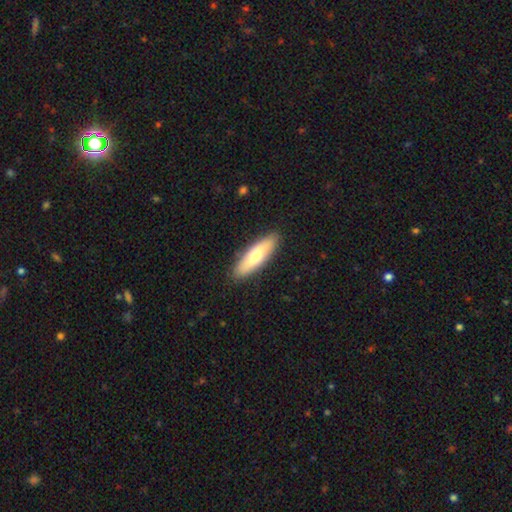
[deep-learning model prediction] Morphology: type=smooth (66%); roundness=cigar-shaped (55%); merging=none (89%).